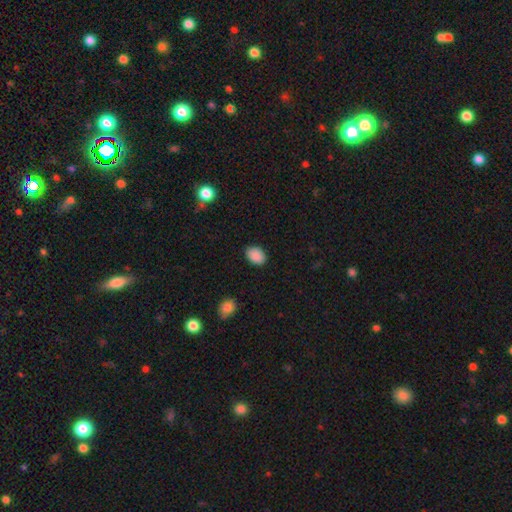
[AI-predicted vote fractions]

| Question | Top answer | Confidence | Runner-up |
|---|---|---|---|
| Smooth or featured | smooth | 89% | star or artifact (8%) |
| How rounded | in between | 80% | round (19%) |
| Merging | none | 88% | minor disturbance (9%) |